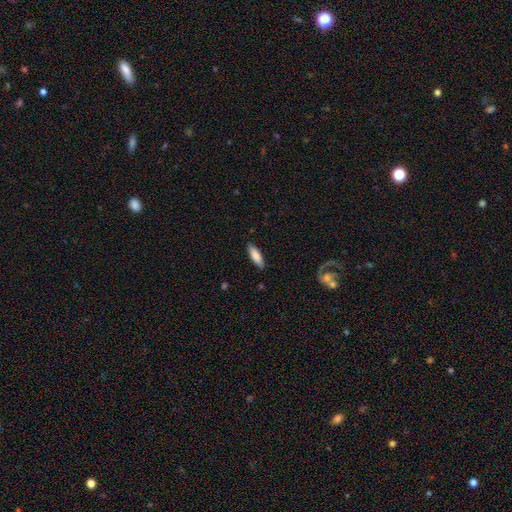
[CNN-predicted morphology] smooth-or-featured: smooth: 83% | featured or disk: 12% | star or artifact: 6%
  how-rounded: in between: 52% | cigar-shaped: 46% | round: 1%
  merging: none: 86% | minor disturbance: 10% | major disturbance: 2% | merger: 1%